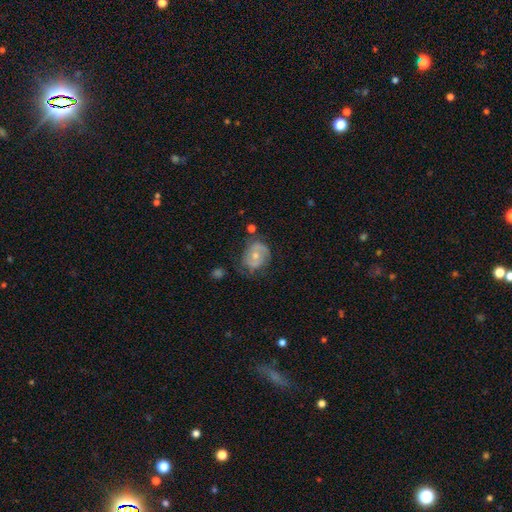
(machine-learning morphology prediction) featured or disk 56%, smooth 36%, star or artifact 7%. Down the decision tree: edge-on disk — no (96%); bar — no (68%); spiral arms — yes (63%); bulge size — moderate (58%); merging — none (49%).